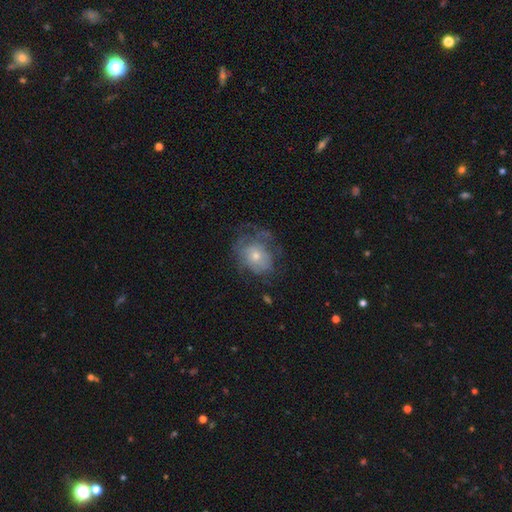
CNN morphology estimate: A featured or disk galaxy (50%). Merging: none (48%).